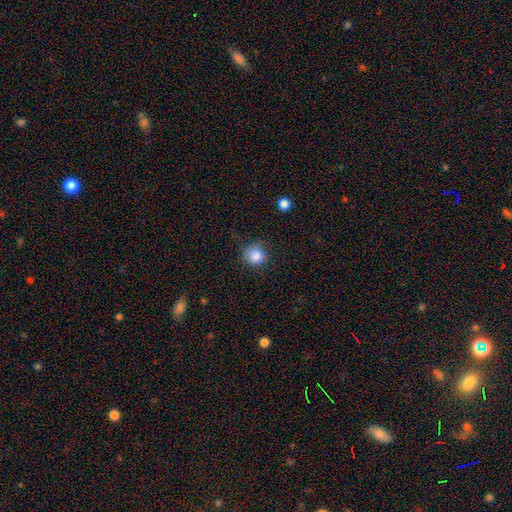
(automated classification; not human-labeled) Smooth or featured: smooth — 86% (star or artifact — 10%)
How rounded: round — 88% (in between — 11%)
Merging: none — 73% (minor disturbance — 20%)